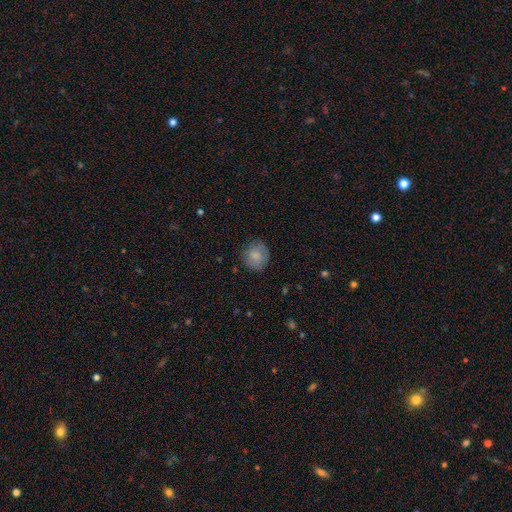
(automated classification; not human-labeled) Morphology: type=smooth (81%); roundness=round (85%); merging=none (79%).